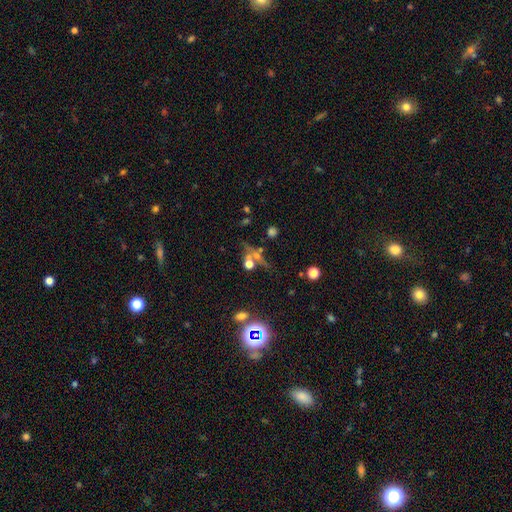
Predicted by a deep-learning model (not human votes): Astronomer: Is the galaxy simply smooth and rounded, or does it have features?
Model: star or artifact — 51% (runner-up: smooth, 27%).